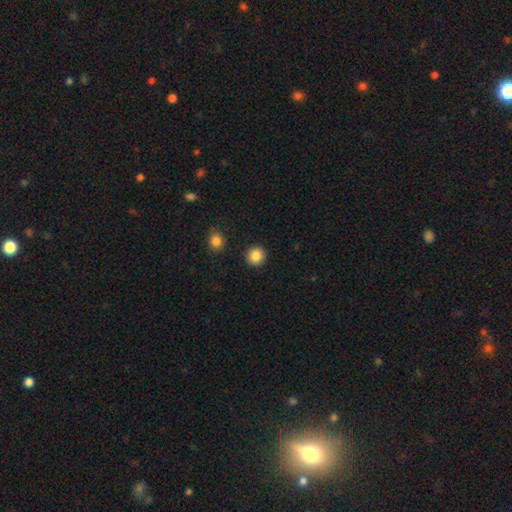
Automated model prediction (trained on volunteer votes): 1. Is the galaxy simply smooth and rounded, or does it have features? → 86% smooth, 9% star or artifact, 4% featured or disk.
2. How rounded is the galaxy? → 93% round, 6% in between, 1% cigar-shaped.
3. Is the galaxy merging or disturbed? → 92% none, 5% minor disturbance, 2% major disturbance, 2% merger.